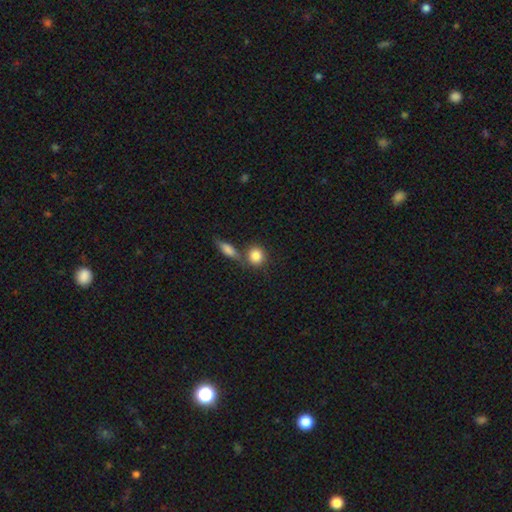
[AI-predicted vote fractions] A smooth galaxy with no disk features (84%) that is round (81%). Merging: none (61%).